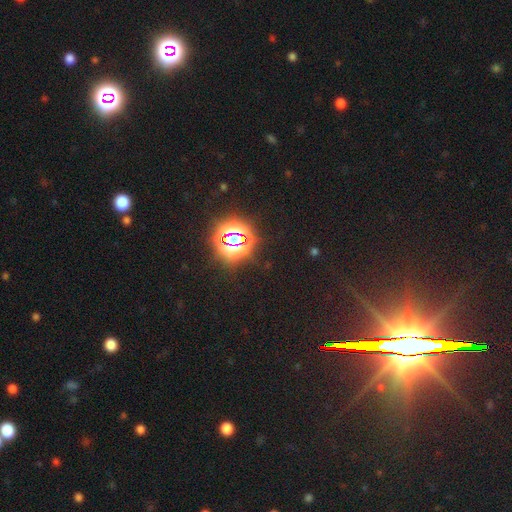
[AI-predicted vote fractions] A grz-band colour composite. It shows a star or artifact, not a galaxy (79%).